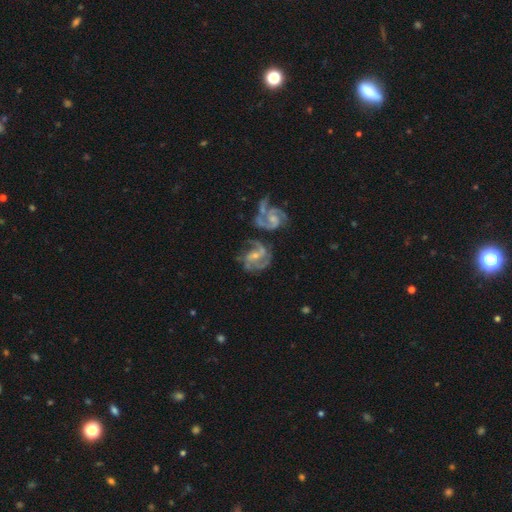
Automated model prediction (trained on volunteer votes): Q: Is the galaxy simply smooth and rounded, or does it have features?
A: featured or disk — 88%.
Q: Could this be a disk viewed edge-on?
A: no — 98%.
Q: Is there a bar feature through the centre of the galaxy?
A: weak — 44%.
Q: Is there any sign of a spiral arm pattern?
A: yes — 96%.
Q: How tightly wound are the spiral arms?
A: medium — 53%.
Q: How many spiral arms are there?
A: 3 — 38%.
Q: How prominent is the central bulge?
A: small — 59%.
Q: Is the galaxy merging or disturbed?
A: none — 42%.